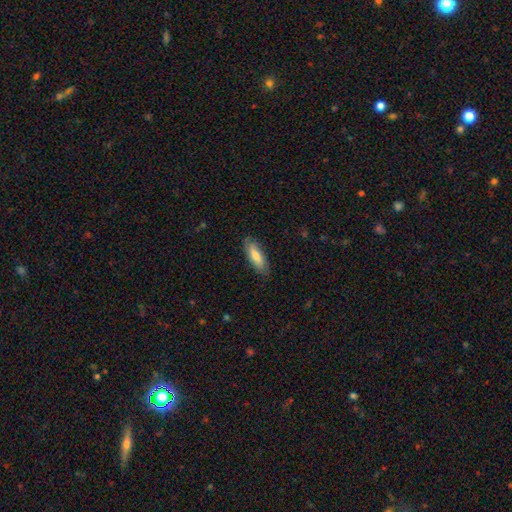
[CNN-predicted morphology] Overall: smooth (67%; featured or disk 27%). How rounded: in between (65%; cigar-shaped 34%). Merging: none (83%).